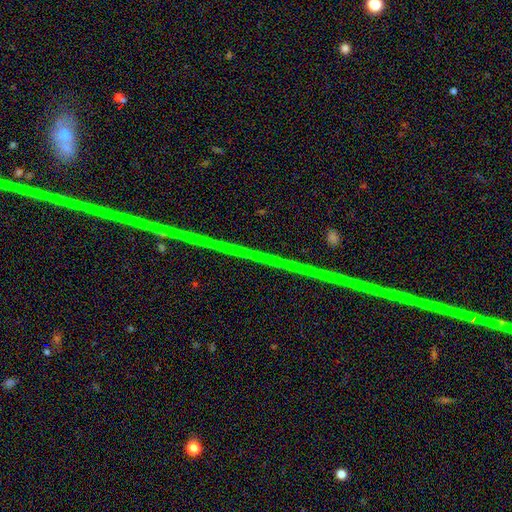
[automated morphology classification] This appears to be a star or artifact, not a galaxy (78%).